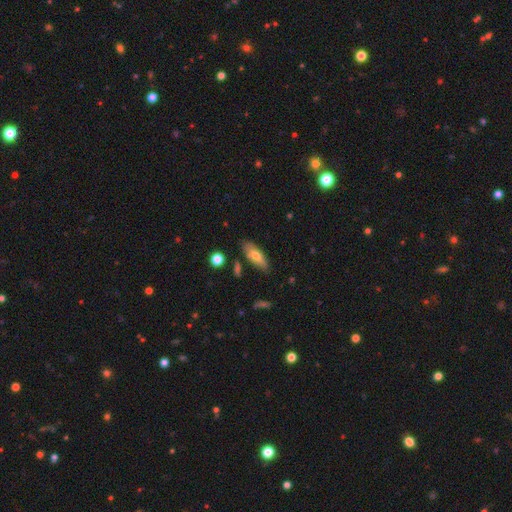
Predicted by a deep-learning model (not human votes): smooth_or_featured: smooth (p=0.61) [alt: featured or disk p=0.32]
how_rounded: in between (p=0.63) [alt: cigar-shaped p=0.34]
merging: none (p=0.79) [alt: minor disturbance p=0.14]